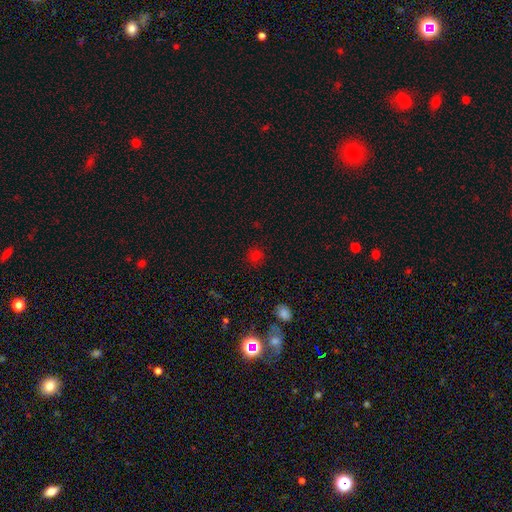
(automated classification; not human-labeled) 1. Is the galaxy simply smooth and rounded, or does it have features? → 72% smooth, 23% star or artifact, 5% featured or disk.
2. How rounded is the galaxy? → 87% round, 12% in between, 1% cigar-shaped.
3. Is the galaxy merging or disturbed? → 85% none, 9% minor disturbance, 3% major disturbance, 2% merger.